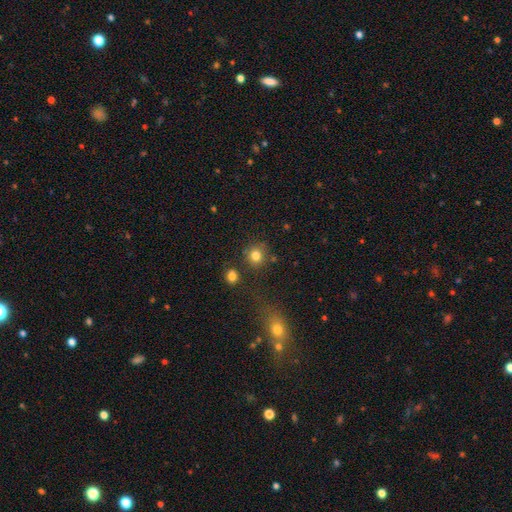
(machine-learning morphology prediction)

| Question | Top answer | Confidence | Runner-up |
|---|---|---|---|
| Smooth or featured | smooth | 81% | star or artifact (12%) |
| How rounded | round | 87% | in between (12%) |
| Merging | none | 78% | minor disturbance (10%) |